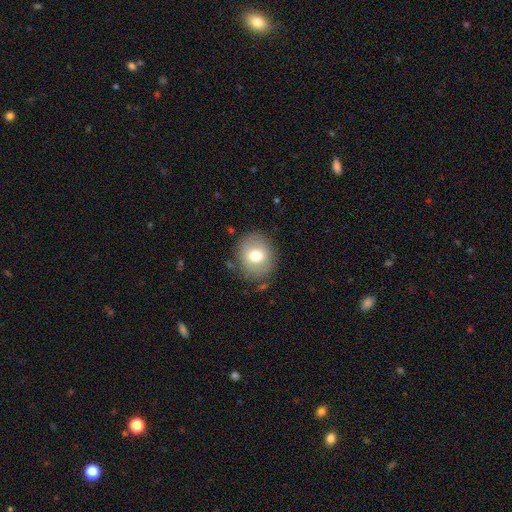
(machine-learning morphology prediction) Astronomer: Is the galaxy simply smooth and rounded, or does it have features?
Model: smooth — 72%.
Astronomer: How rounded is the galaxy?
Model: round — 73%.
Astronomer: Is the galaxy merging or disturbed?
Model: none — 82%.